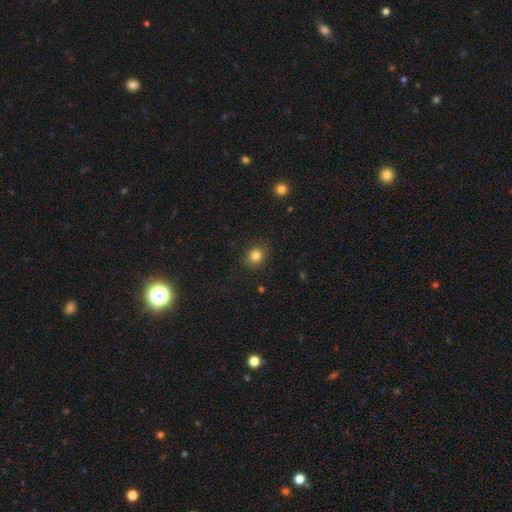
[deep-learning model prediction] This appears to be a smooth galaxy with no disk features (83%) that is round (67%). Merging: none (87%).